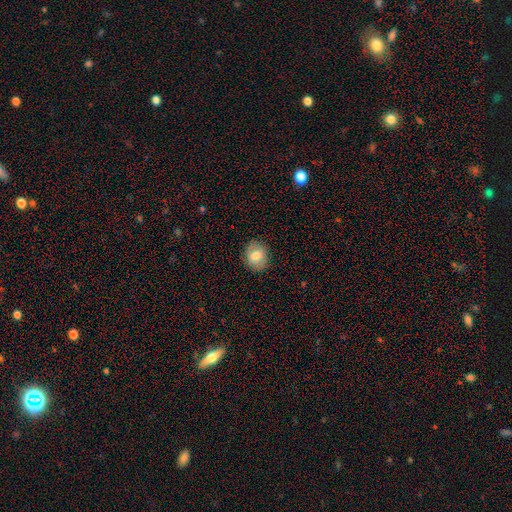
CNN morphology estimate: smooth 76%, featured or disk 16%, star or artifact 8%. Down the decision tree: how rounded — round (65%); merging — none (86%).